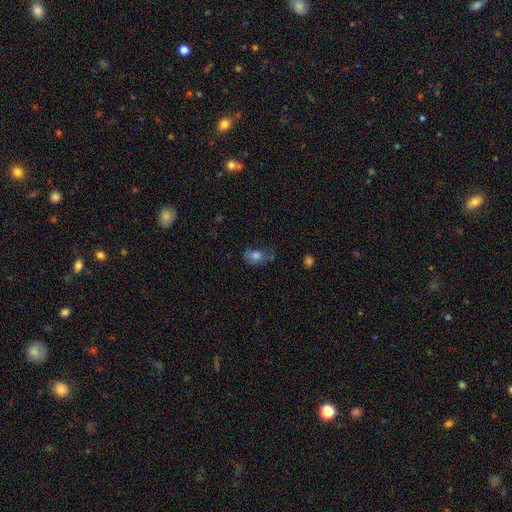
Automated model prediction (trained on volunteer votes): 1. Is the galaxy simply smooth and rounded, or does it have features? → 68% smooth, 20% featured or disk, 12% star or artifact.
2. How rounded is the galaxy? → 75% in between, 22% round, 2% cigar-shaped.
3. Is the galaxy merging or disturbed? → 39% none, 32% minor disturbance, 26% major disturbance, 3% merger.